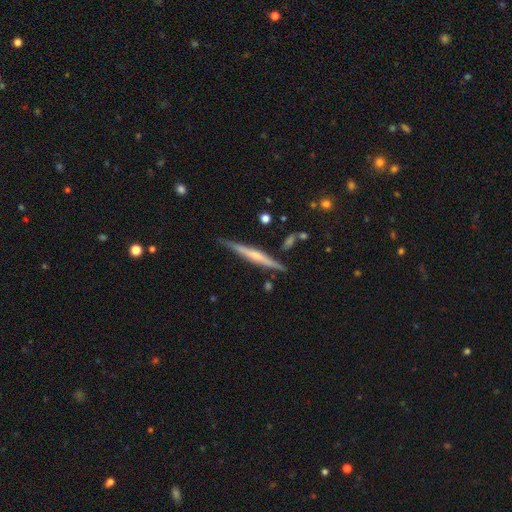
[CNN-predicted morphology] Smooth or featured? featured or disk (69%)
Edge-on disk? yes (97%)
Edge-on bulge? rounded (61%)
Merging? none (84%)